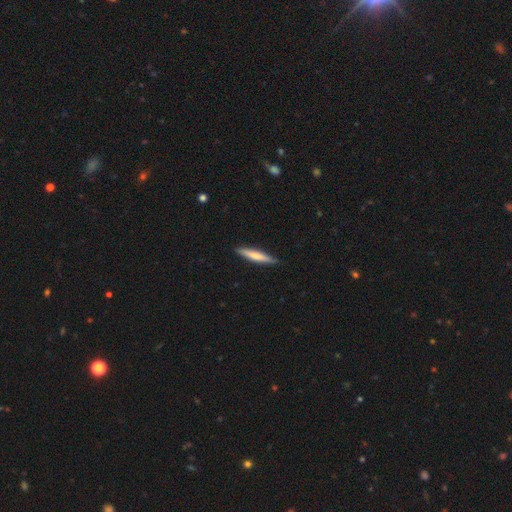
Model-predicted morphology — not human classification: This is likely a smooth galaxy (64%). How rounded: clearly cigar-shaped (91%). Merging: clearly none (89%).